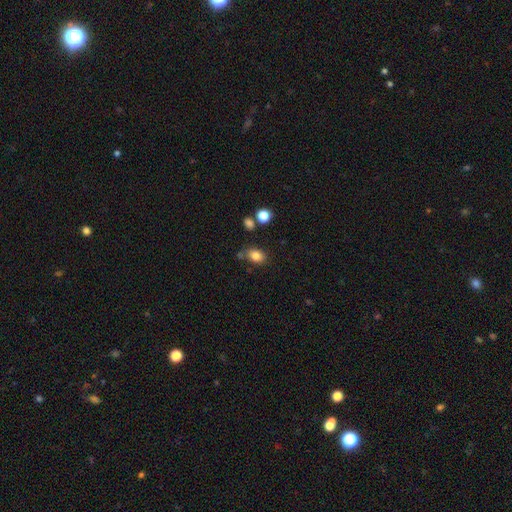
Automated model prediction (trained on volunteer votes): Smooth or featured? smooth (82%)
How rounded? in between (73%)
Merging? none (70%)